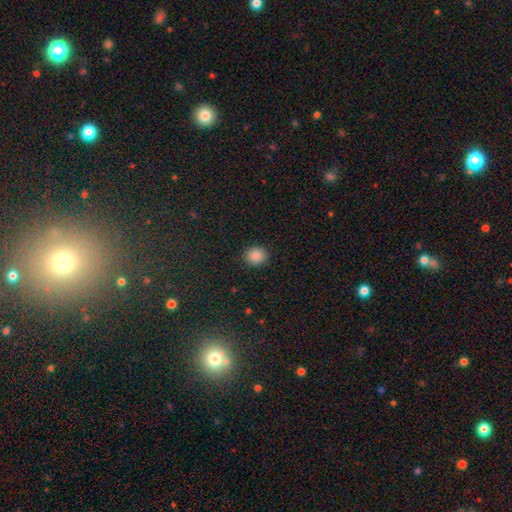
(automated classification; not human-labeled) smooth-or-featured: smooth: 87% | star or artifact: 9% | featured or disk: 3%
  how-rounded: round: 69% | in between: 30% | cigar-shaped: 1%
  merging: none: 89% | minor disturbance: 8% | major disturbance: 2% | merger: 1%